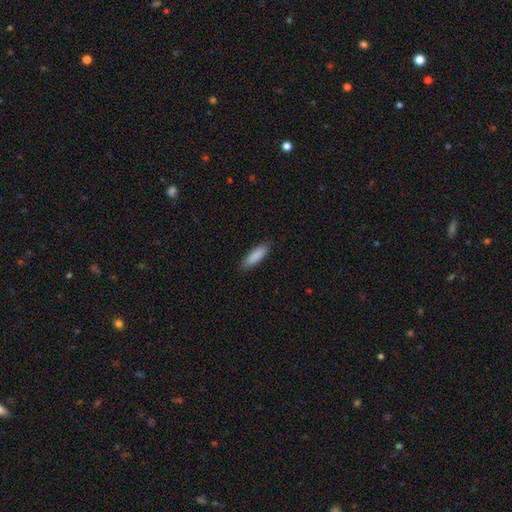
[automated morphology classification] smooth 88%, featured or disk 6%, star or artifact 6%. Down the decision tree: how rounded — cigar-shaped (58%); merging — none (87%).